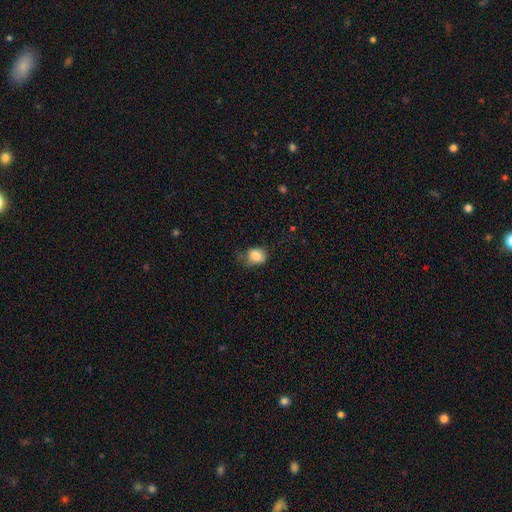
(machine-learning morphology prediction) Smooth or featured? Predicted: smooth (p=0.83). How rounded? Predicted: round (p=0.55). Merging? Predicted: none (p=0.56).